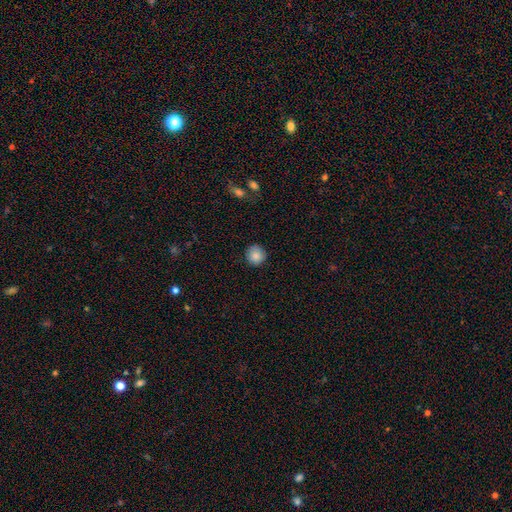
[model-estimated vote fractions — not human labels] smooth_or_featured: smooth (p=0.86) [alt: star or artifact p=0.09]
how_rounded: round (p=0.93) [alt: in between p=0.06]
merging: none (p=0.87) [alt: minor disturbance p=0.10]